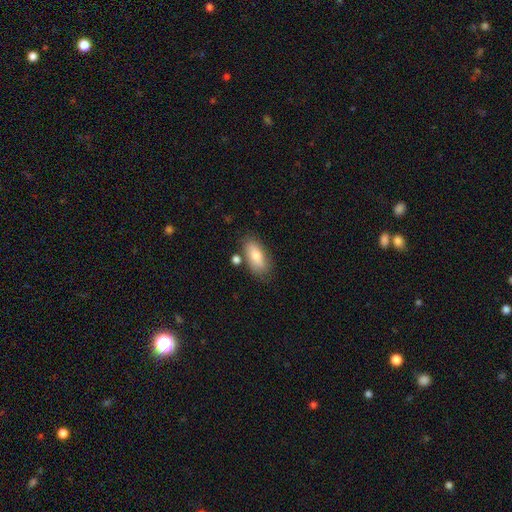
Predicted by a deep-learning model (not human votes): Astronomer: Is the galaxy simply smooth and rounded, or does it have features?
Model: smooth — 77%.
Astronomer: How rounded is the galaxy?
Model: in between — 84%.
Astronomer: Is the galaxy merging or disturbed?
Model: none — 74%.